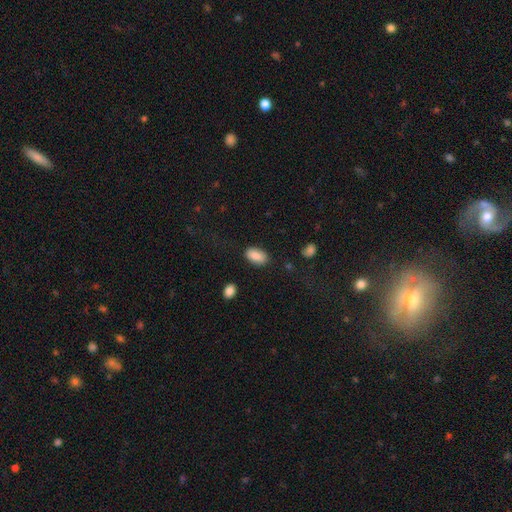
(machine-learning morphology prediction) smooth-or-featured: smooth: 86% | star or artifact: 7% | featured or disk: 7%
  how-rounded: in between: 93% | round: 5% | cigar-shaped: 2%
  merging: none: 84% | minor disturbance: 11% | major disturbance: 3% | merger: 2%